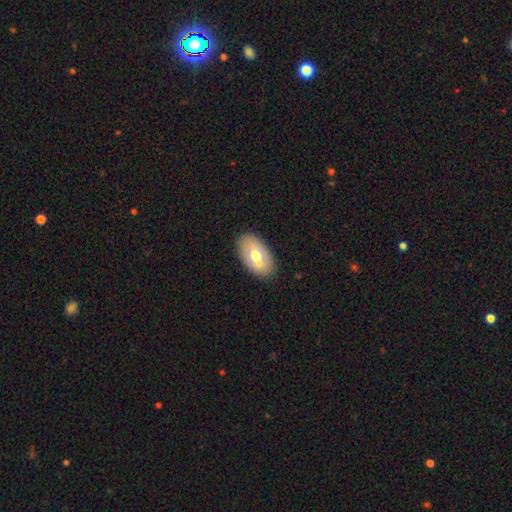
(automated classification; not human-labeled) This appears to be a smooth galaxy with no disk features (59%) that is in between round and cigar-shaped (92%). Merging: none (69%).